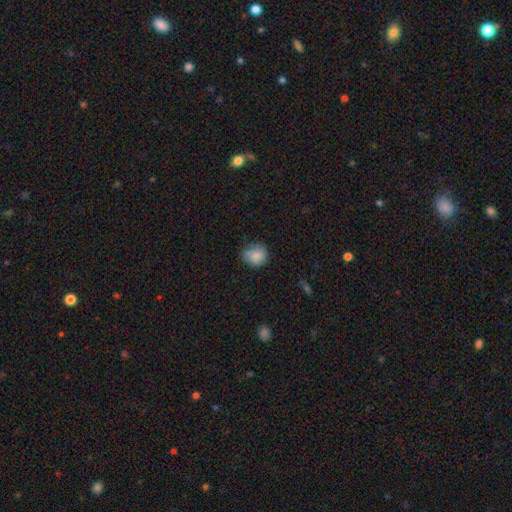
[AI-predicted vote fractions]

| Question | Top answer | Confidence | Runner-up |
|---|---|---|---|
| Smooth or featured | smooth | 82% | featured or disk (9%) |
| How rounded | round | 70% | in between (29%) |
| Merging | none | 61% | minor disturbance (29%) |